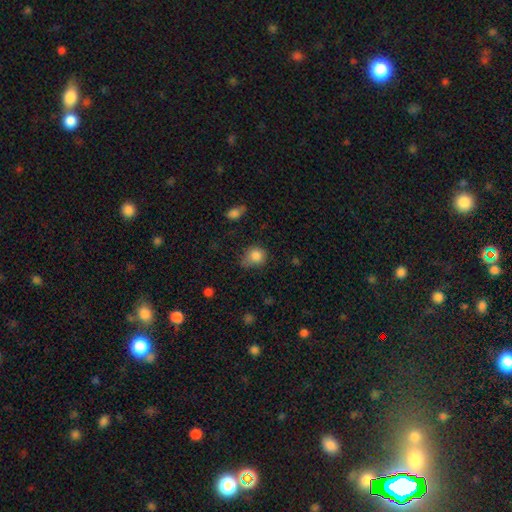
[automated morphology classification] The model was most divided on "merging": none: 44%, minor disturbance: 39%, major disturbance: 13%, merger: 4%. More confident: smooth or featured — smooth (83%); how rounded — round (67%).